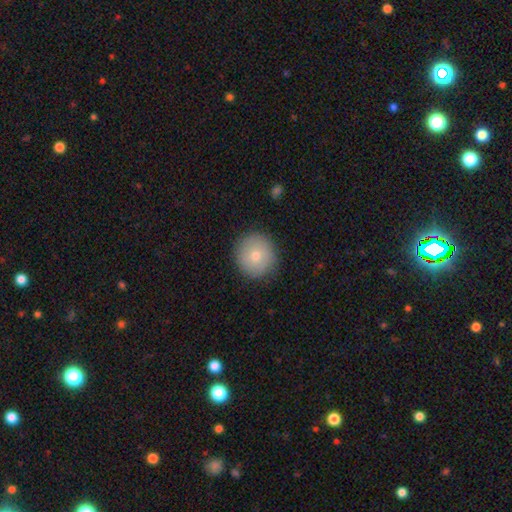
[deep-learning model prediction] Smooth or featured?
  - smooth: 76% *
  - featured or disk: 16%
  - star or artifact: 8%
How rounded?
  - round: 92% *
  - in between: 7%
  - cigar-shaped: 1%
Merging?
  - none: 89% *
  - minor disturbance: 8%
  - major disturbance: 2%
  - merger: 1%